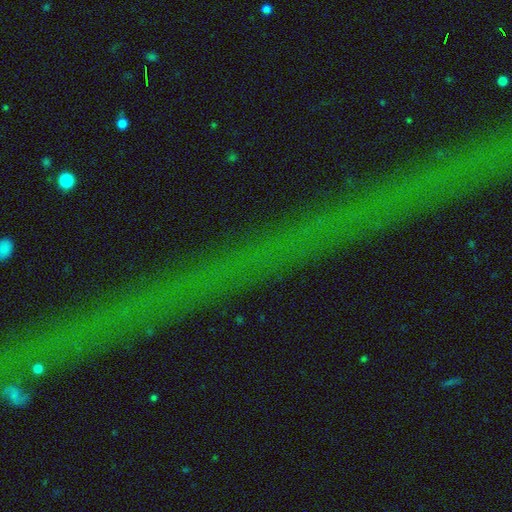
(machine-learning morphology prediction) Overall: star or artifact (74%).